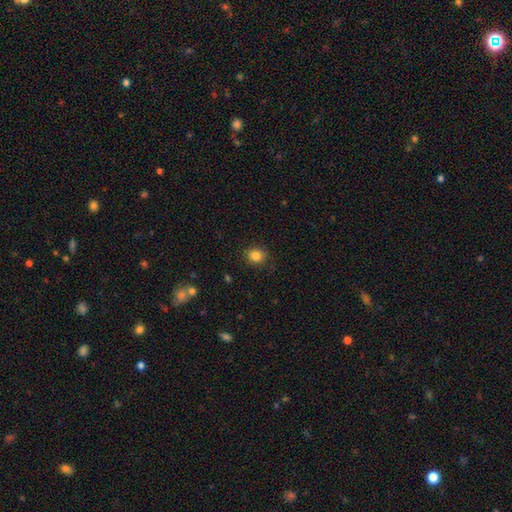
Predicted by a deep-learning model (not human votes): The model was most divided on "how rounded": round: 77%, in between: 22%, cigar-shaped: 1%. More confident: merging — none (88%); smooth or featured — smooth (84%).